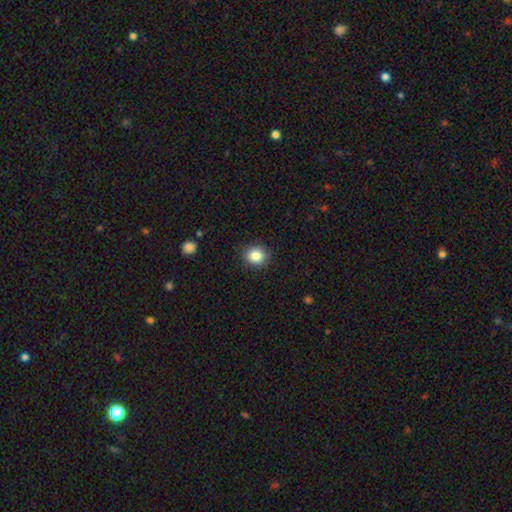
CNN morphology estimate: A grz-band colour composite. It shows a smooth galaxy with no disk features (83%) that is round (79%). Merging: none (89%).